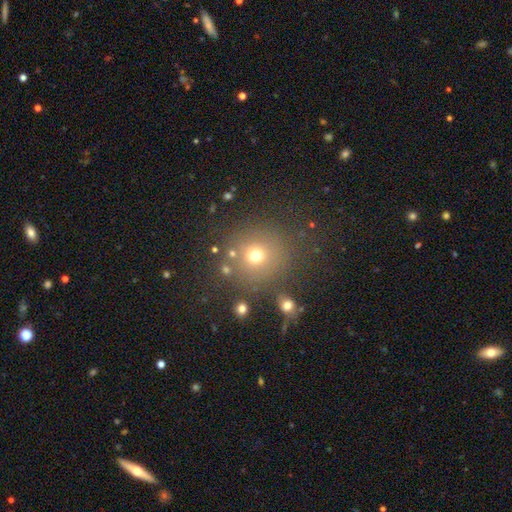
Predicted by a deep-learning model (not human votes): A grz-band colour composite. It shows a smooth galaxy with no disk features (70%) that is round (91%). Merging: none (78%).